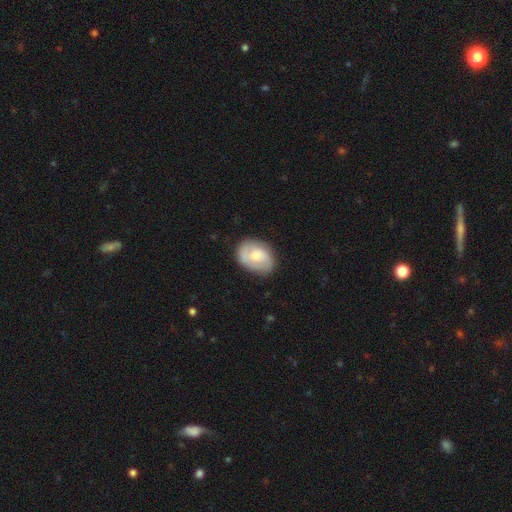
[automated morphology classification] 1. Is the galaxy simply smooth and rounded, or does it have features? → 57% smooth, 37% featured or disk, 6% star or artifact.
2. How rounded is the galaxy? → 65% in between, 34% round, 1% cigar-shaped.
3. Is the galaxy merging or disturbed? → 76% none, 18% minor disturbance, 5% major disturbance, 1% merger.